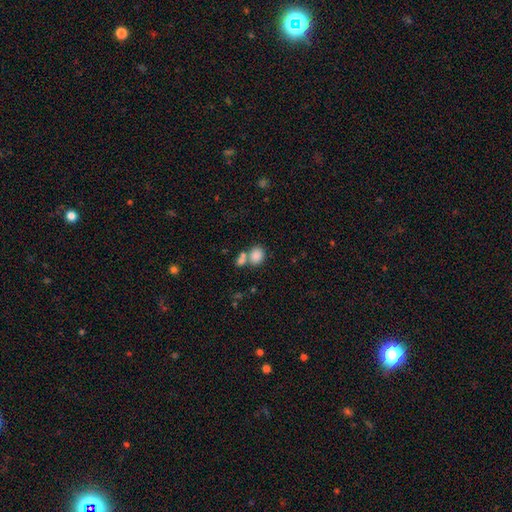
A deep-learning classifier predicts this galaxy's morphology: Q: Smooth or featured?
A: smooth (83%); runner-up: star or artifact (9%)
Q: How rounded?
A: in between (51%); runner-up: round (48%)
Q: Merging?
A: merger (43%); tied with: none (43%)